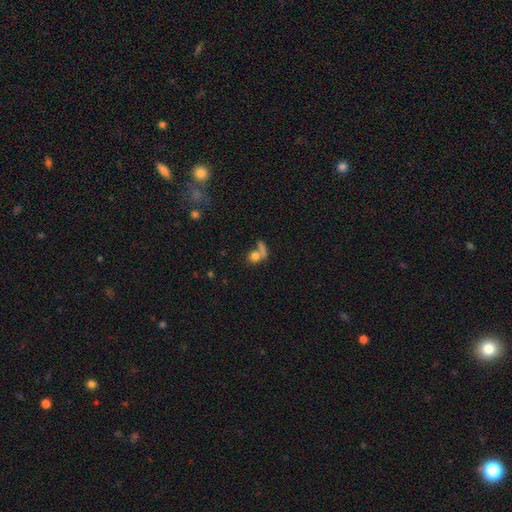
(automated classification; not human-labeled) Smooth or featured: smooth — 72% (featured or disk — 16%)
How rounded: round — 59% (in between — 36%)
Merging: merger — 42% (none — 36%)